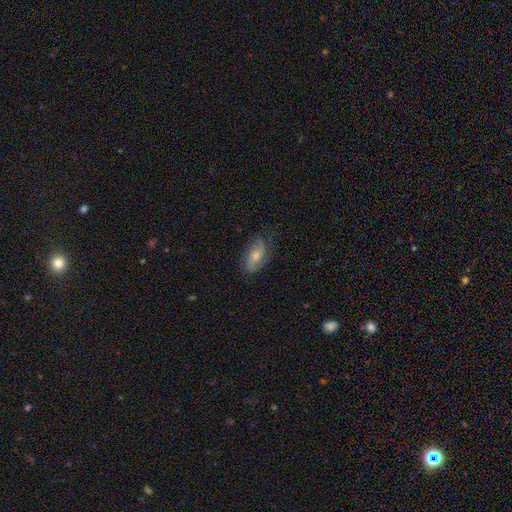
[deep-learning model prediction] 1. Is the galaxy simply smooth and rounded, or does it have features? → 53% featured or disk, 37% smooth, 10% star or artifact.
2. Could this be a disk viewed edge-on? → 89% no, 11% yes.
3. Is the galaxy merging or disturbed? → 76% none, 17% minor disturbance, 5% major disturbance, 1% merger.